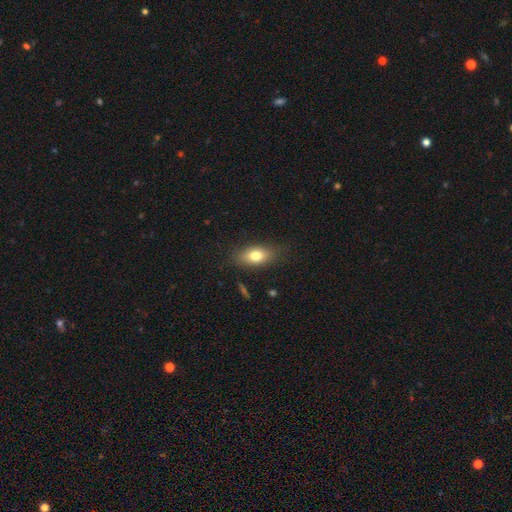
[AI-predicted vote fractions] smooth-or-featured: smooth: 76% | featured or disk: 16% | star or artifact: 9%
  how-rounded: in between: 81% | round: 9% | cigar-shaped: 9%
  merging: none: 81% | minor disturbance: 14% | major disturbance: 4% | merger: 1%